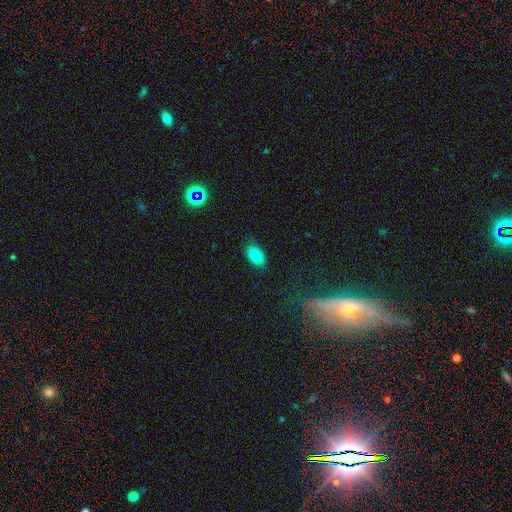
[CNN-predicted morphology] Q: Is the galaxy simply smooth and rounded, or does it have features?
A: smooth — 84%.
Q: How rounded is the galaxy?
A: in between — 92%.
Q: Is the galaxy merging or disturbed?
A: none — 83%.